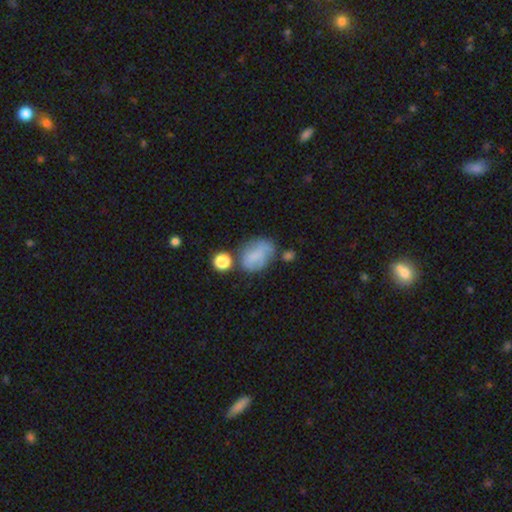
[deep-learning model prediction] Q: Smooth or featured?
A: smooth (66%); runner-up: featured or disk (24%)
Q: How rounded?
A: in between (77%); runner-up: round (21%)
Q: Merging?
A: none (40%); runner-up: minor disturbance (30%)